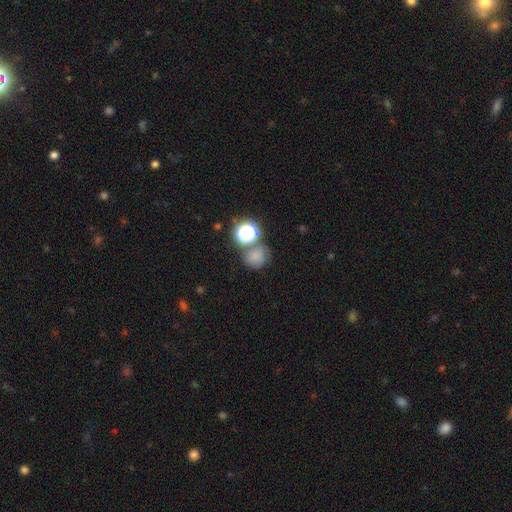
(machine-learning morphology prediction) A smooth galaxy with no disk features (68%) that is round (77%). Merging: none (55%).